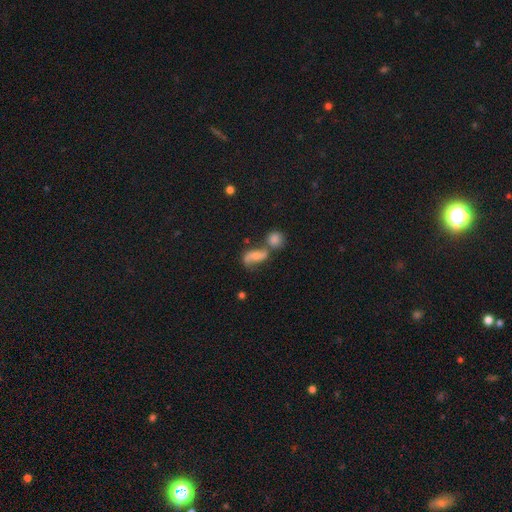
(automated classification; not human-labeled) Smooth or featured? featured or disk (51%)
Edge-on disk? no (94%)
Merging? merger (40%)